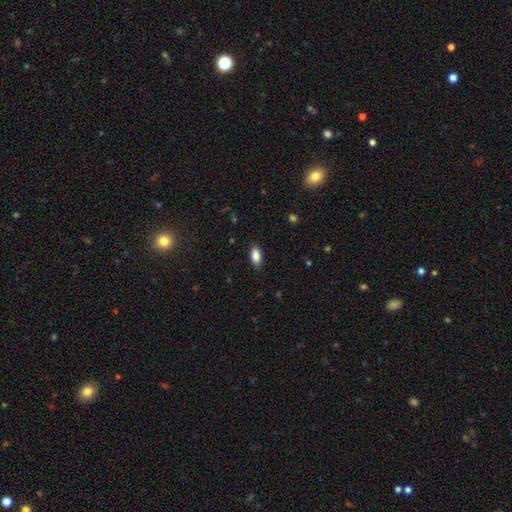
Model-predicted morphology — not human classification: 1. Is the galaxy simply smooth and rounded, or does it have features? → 87% smooth, 8% star or artifact, 6% featured or disk.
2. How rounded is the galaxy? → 90% in between, 7% cigar-shaped, 3% round.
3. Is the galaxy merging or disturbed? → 88% none, 9% minor disturbance, 2% major disturbance, 1% merger.